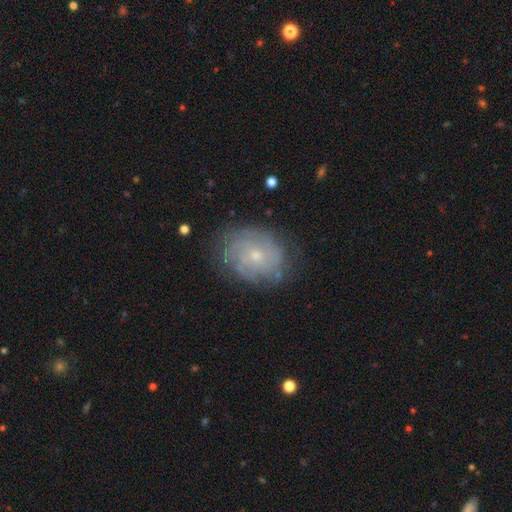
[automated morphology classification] smooth_or_featured: featured or disk (p=0.68) [alt: smooth p=0.24]
disk_edge_on: no (p=0.97) [alt: yes p=0.03]
bar: no (p=0.83) [alt: weak p=0.15]
has_spiral_arms: yes (p=0.84) [alt: no p=0.16]
spiral_winding: tight (p=0.67) [alt: medium p=0.25]
spiral_arm_count: can't tell (p=0.55) [alt: 2 p=0.11]
bulge_size: small (p=0.69) [alt: moderate p=0.27]
merging: none (p=0.75) [alt: minor disturbance p=0.18]